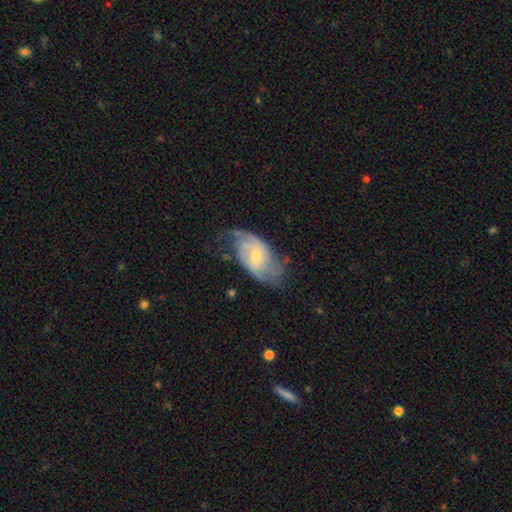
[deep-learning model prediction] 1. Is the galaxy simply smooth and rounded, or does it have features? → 77% featured or disk, 17% smooth, 6% star or artifact.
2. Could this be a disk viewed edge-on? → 95% no, 5% yes.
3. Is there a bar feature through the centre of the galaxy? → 54% no, 40% weak, 7% strong.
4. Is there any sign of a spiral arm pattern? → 92% yes, 8% no.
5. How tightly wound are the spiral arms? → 42% medium, 32% tight, 26% loose.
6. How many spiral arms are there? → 51% 2, 25% can't tell, 11% 3, 6% 1, 4% 4, 3% more than 4.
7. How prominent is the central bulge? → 58% small, 37% moderate, 2% none, 2% large, 1% dominant.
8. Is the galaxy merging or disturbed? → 58% none, 26% minor disturbance, 14% major disturbance, 2% merger.